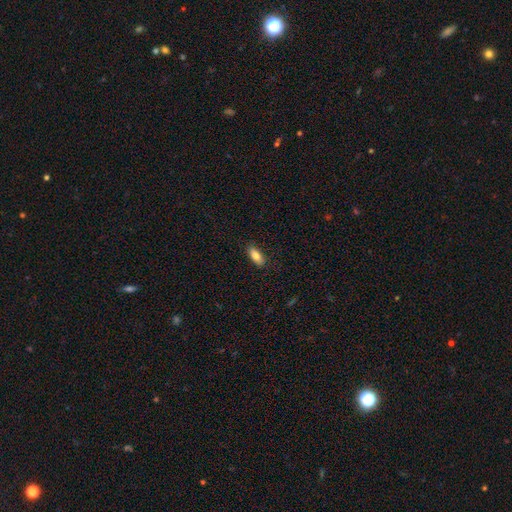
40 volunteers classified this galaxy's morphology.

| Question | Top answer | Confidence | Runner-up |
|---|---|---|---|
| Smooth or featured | smooth | 85% | featured or disk (10%) |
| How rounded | in between | 74% | cigar-shaped (24%) |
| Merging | none | 82% | minor disturbance (18%) |